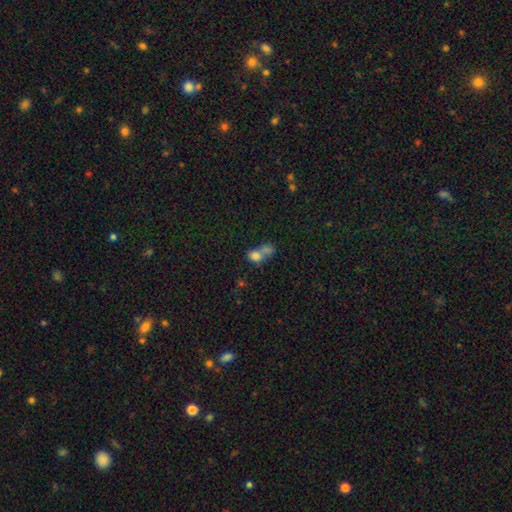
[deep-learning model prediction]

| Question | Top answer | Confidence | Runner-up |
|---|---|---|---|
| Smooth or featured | smooth | 76% | featured or disk (13%) |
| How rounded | in between | 55% | round (43%) |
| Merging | merger | 64% | none (21%) |